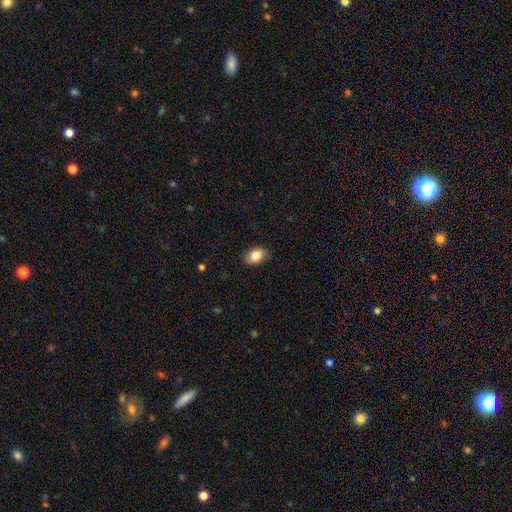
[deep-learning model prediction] A smooth galaxy with no disk features (82%) that is in between round and cigar-shaped (80%). Merging: none (82%).